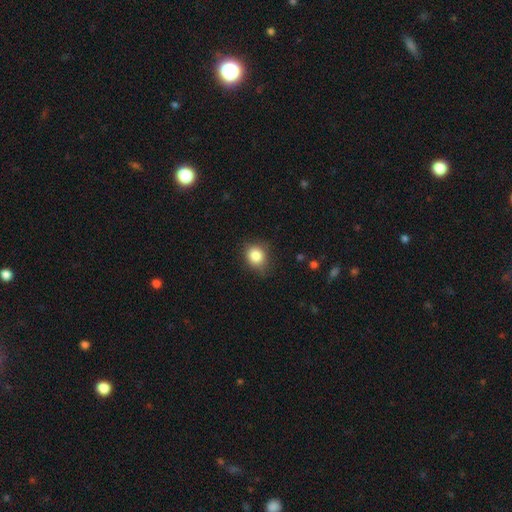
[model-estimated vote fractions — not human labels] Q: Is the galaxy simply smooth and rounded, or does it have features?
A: smooth — 84%.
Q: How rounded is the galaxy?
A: round — 67%.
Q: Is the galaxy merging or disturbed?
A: none — 74%.